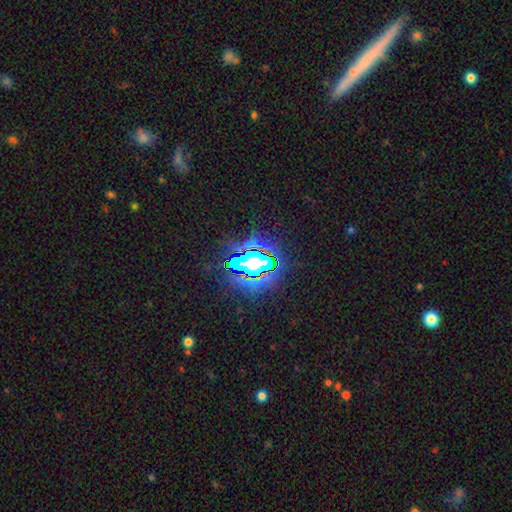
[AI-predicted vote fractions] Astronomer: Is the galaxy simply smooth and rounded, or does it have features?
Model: star or artifact — 71%.